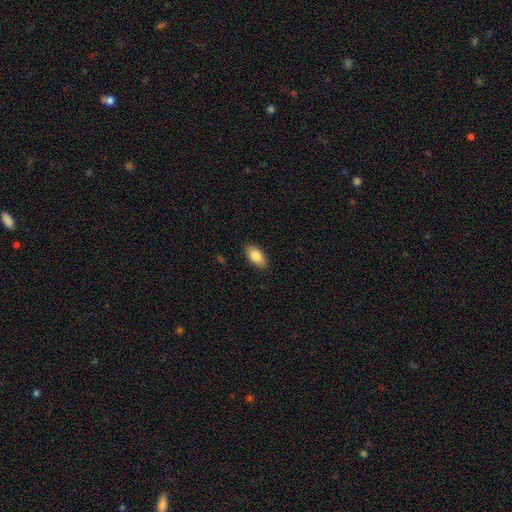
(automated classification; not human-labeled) Smooth or featured? smooth (86%)
How rounded? in between (93%)
Merging? none (88%)